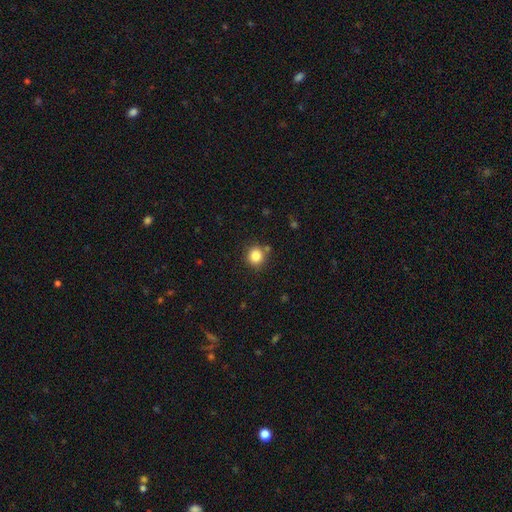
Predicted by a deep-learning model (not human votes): Morphology: type=smooth (83%); roundness=round (89%); merging=none (81%).